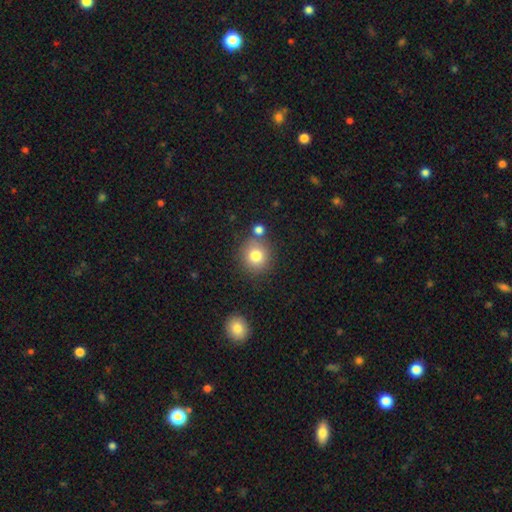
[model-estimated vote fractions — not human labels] Morphology: type=smooth (80%); roundness=round (90%); merging=none (75%).